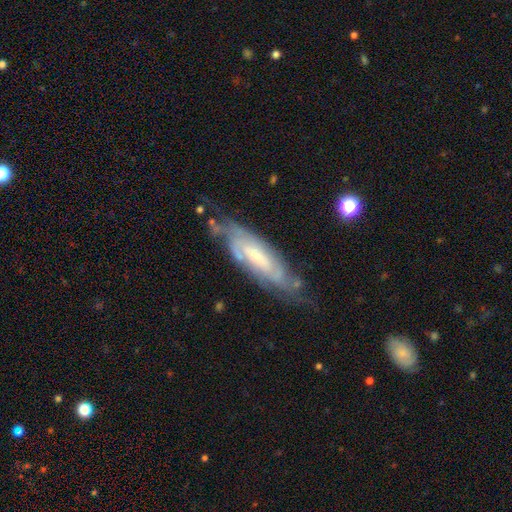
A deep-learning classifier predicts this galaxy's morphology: A featured or disk galaxy (77%) with no bar (47%), tight (60%) spiral arms (91%) and a small central bulge (56%). Merging: none (61%).